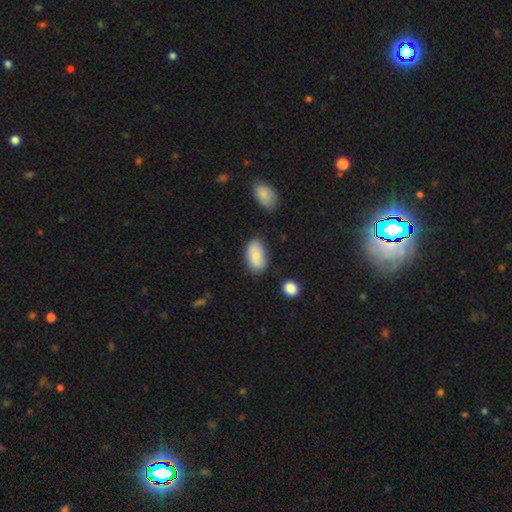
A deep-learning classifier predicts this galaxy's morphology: type=smooth (78%); roundness=in between (92%); merging=none (74%).